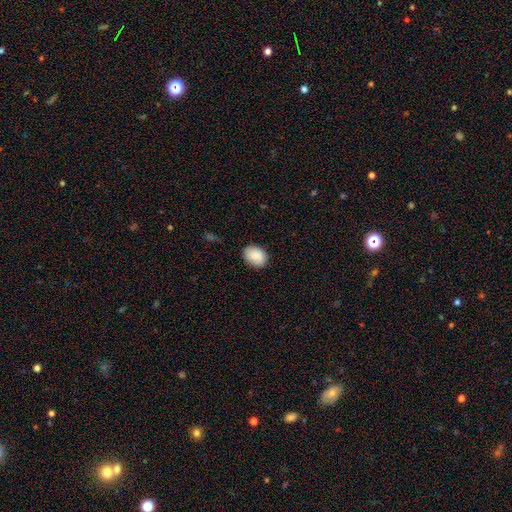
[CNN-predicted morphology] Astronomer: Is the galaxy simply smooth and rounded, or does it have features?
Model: smooth — 89%.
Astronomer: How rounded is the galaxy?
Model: in between — 69%.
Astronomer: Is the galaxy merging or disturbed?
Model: none — 85%.